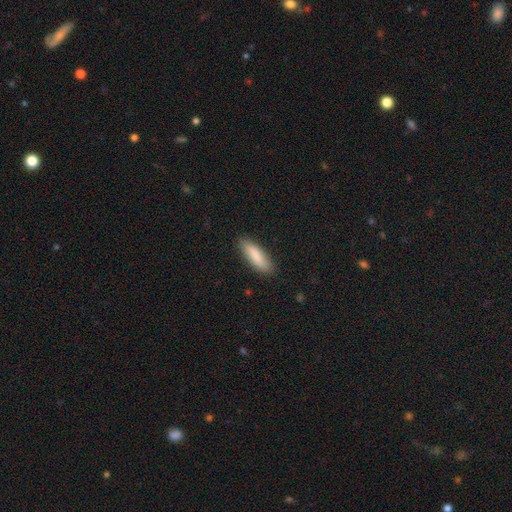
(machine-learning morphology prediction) Smooth or featured? Predicted: smooth (p=0.85). How rounded? Predicted: cigar-shaped (p=0.57). Merging? Predicted: none (p=0.86).